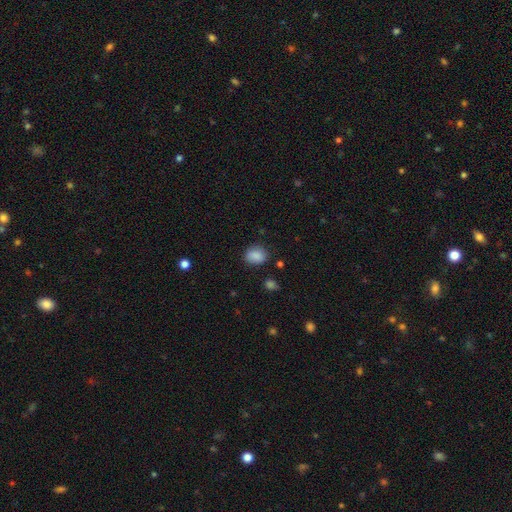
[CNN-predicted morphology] A smooth galaxy with no disk features (86%) that is round (52%). Merging: none (80%).